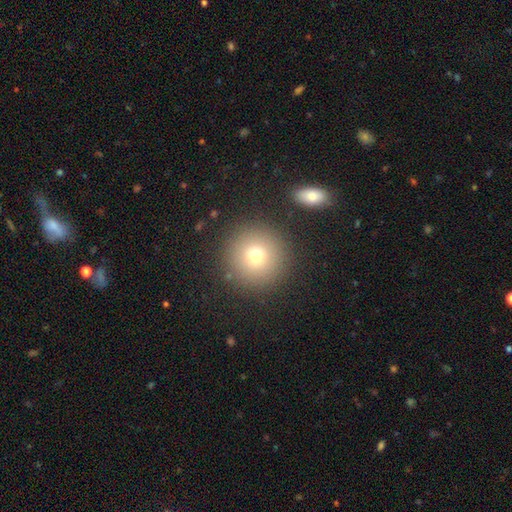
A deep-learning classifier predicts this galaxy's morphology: smooth-or-featured: smooth: 75% | star or artifact: 13% | featured or disk: 12%
  how-rounded: round: 95% | in between: 4% | cigar-shaped: 1%
  merging: none: 87% | minor disturbance: 6% | merger: 4% | major disturbance: 3%